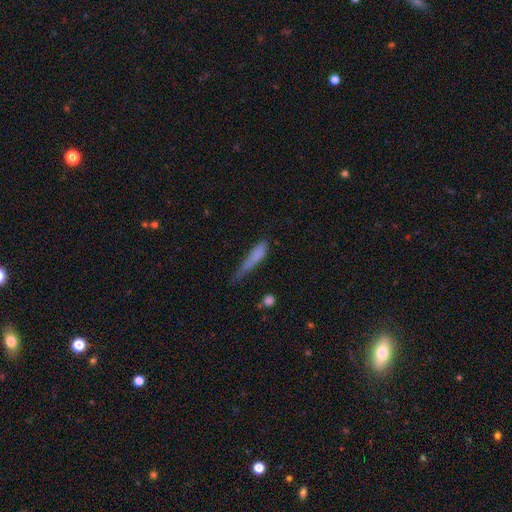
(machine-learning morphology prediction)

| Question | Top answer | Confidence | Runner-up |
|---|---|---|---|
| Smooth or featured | smooth | 72% | featured or disk (19%) |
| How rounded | cigar-shaped | 80% | in between (17%) |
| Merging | minor disturbance | 36% | none (34%) |